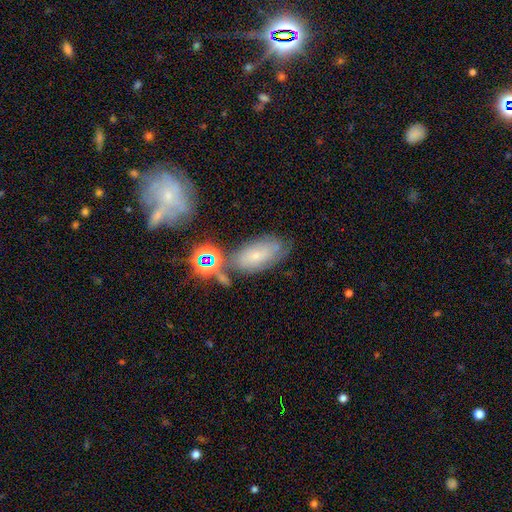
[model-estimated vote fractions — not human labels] This appears to be a smooth galaxy with no disk features (46%). Merging: none (53%).